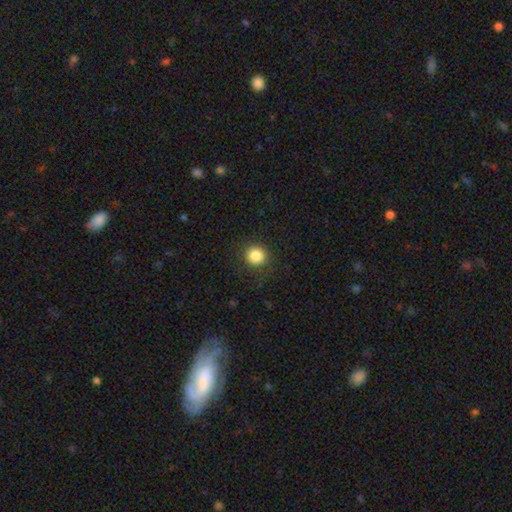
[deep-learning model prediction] This is clearly a smooth galaxy (85%). How rounded: clearly round (93%). Merging: clearly none (88%).